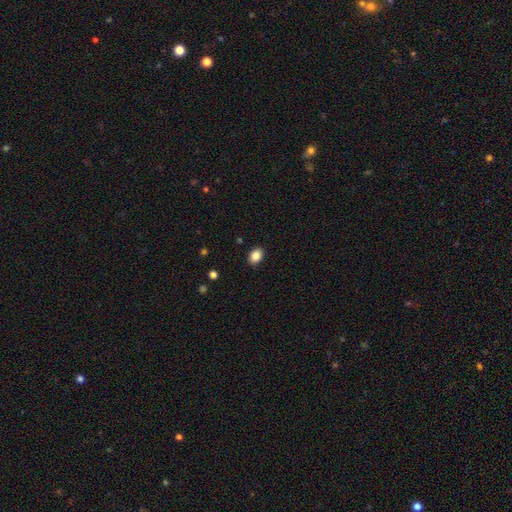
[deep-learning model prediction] Smooth or featured?
  - smooth: 87% *
  - star or artifact: 9%
  - featured or disk: 4%
How rounded?
  - in between: 72% *
  - round: 27%
  - cigar-shaped: 1%
Merging?
  - none: 89% *
  - minor disturbance: 8%
  - major disturbance: 2%
  - merger: 1%